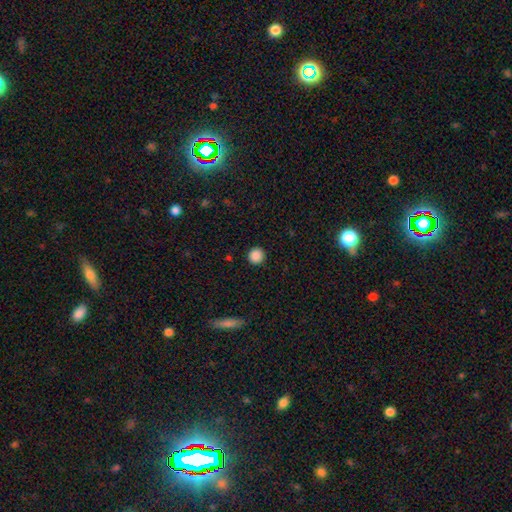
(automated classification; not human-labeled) The model was most divided on "smooth or featured": smooth: 88%, star or artifact: 9%, featured or disk: 3%. More confident: how rounded — round (94%); merging — none (92%).